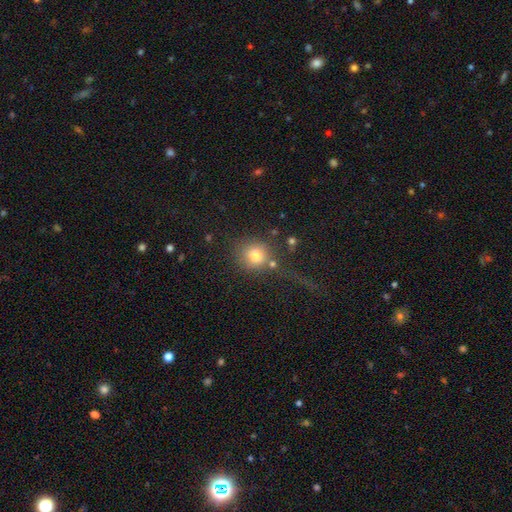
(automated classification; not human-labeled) Smooth or featured: smooth — 76% (star or artifact — 13%)
How rounded: round — 88% (in between — 10%)
Merging: none — 62% (merger — 14%)